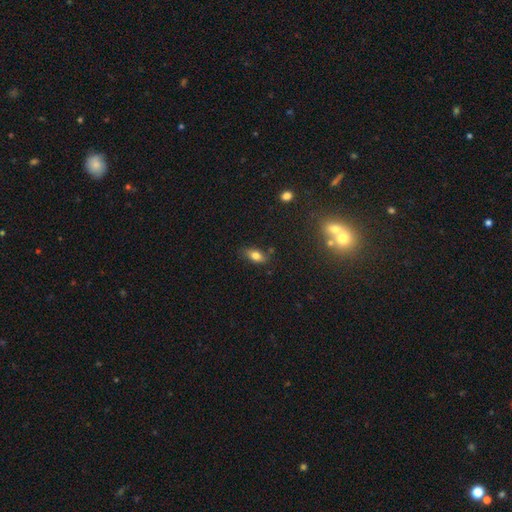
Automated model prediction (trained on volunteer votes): Morphology: type=smooth (77%); roundness=in between (85%); merging=none (76%).